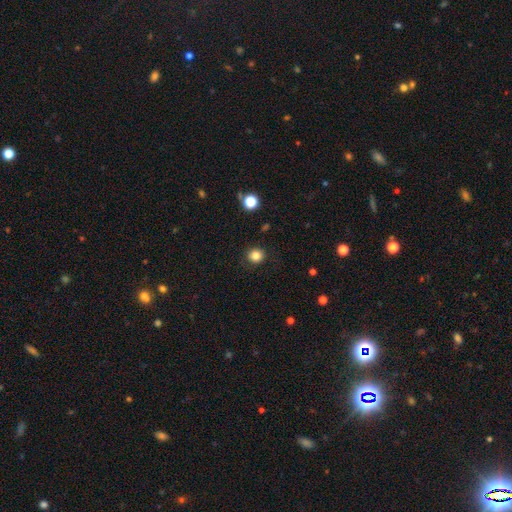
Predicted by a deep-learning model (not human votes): This is clearly a smooth galaxy (84%). How rounded: clearly round (90%). Merging: clearly none (89%).